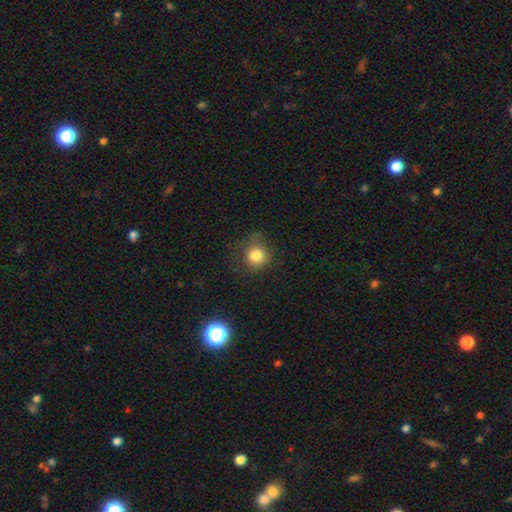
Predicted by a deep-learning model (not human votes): A smooth galaxy with no disk features (82%) that is round (90%).

Vote fractions:
- Smooth or featured? smooth: 82% / star or artifact: 12% / featured or disk: 7%
- How rounded? round: 90% / in between: 9% / cigar-shaped: 1%
- Merging? none: 72% / minor disturbance: 19% / major disturbance: 8% / merger: 2%